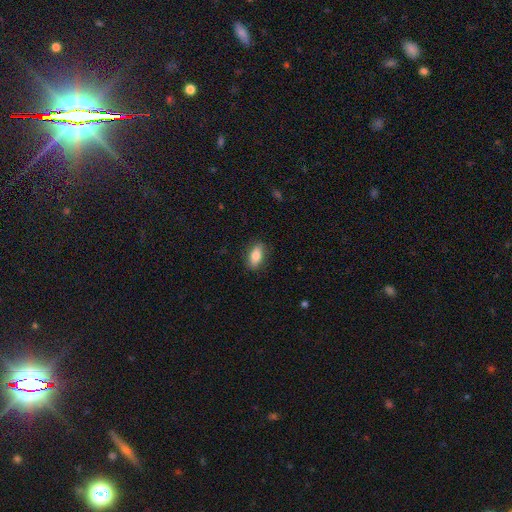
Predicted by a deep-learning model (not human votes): Smooth or featured? smooth (81%)
How rounded? in between (86%)
Merging? none (85%)